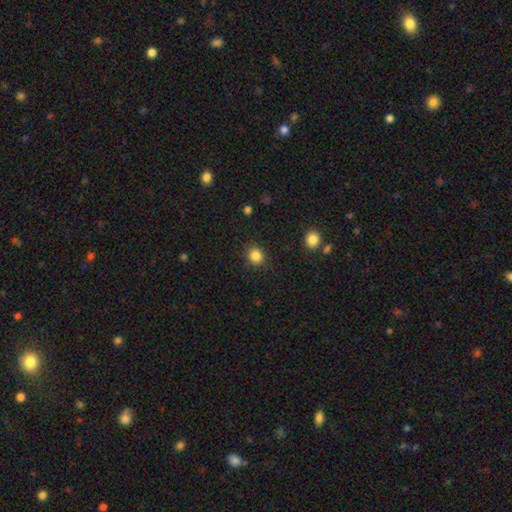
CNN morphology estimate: This is clearly a smooth galaxy (85%). How rounded: clearly round (81%). Merging: clearly none (88%).